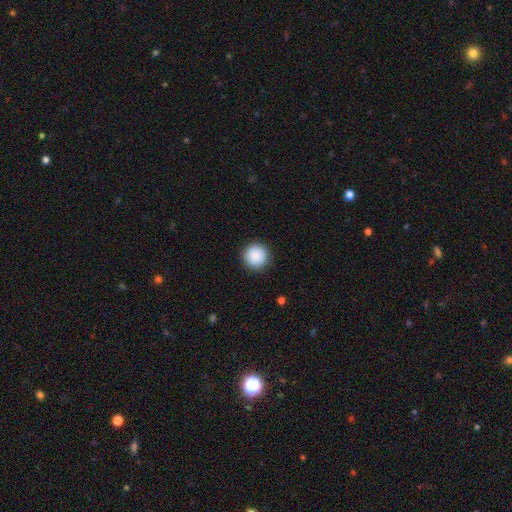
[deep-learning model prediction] Morphology: type=smooth (89%); roundness=round (96%); merging=none (92%).